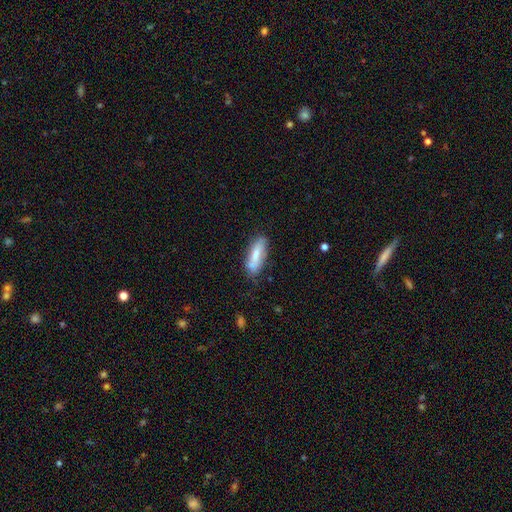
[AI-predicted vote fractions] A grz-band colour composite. It shows a smooth galaxy with no disk features (68%) that is in between round and cigar-shaped (57%). Merging: none (66%).